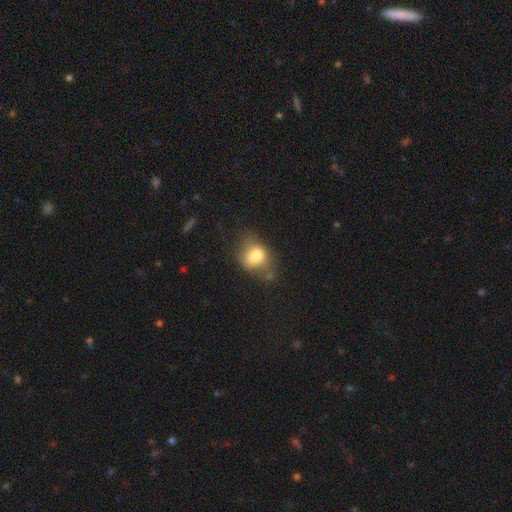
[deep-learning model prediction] Smooth or featured? smooth (75%)
How rounded? in between (63%)
Merging? none (39%)